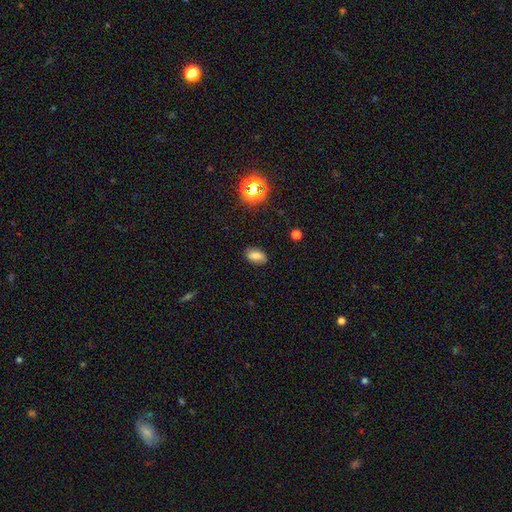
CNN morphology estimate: A smooth galaxy with no disk features (78%) that is in between round and cigar-shaped (89%).

Vote fractions:
- Smooth or featured? smooth: 78% / star or artifact: 13% / featured or disk: 10%
- How rounded? in between: 89% / round: 7% / cigar-shaped: 4%
- Merging? none: 79% / minor disturbance: 16% / major disturbance: 3% / merger: 1%